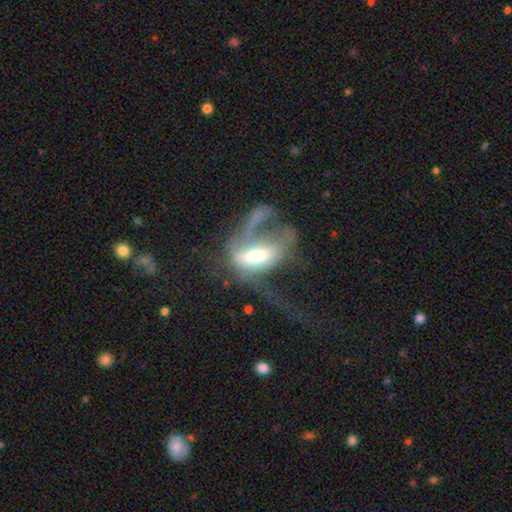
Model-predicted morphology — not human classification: Q: Smooth or featured?
A: featured or disk (55%); runner-up: smooth (37%)
Q: Edge-on disk?
A: no (84%); runner-up: yes (16%)
Q: Merging?
A: major disturbance (67%); runner-up: none (14%)